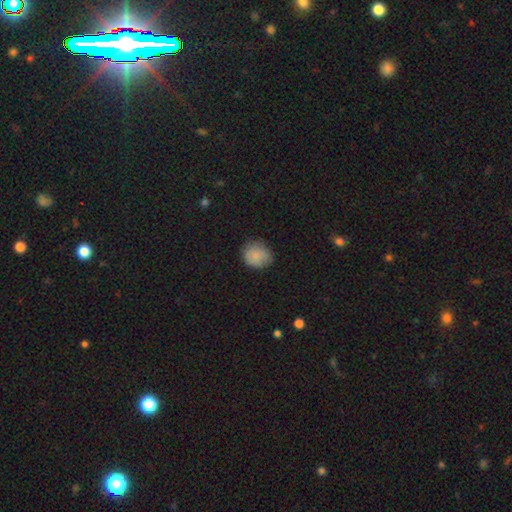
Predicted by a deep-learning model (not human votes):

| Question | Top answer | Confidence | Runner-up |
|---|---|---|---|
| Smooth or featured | smooth | 86% | star or artifact (8%) |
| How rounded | round | 78% | in between (21%) |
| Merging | none | 75% | minor disturbance (20%) |